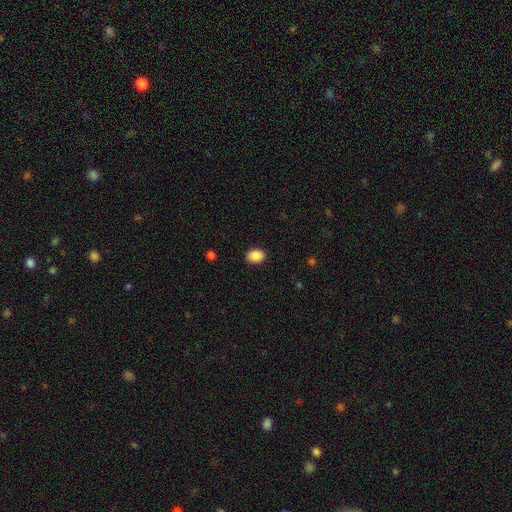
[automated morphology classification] A smooth galaxy with no disk features (89%) that is in between round and cigar-shaped (68%). Merging: none (90%).